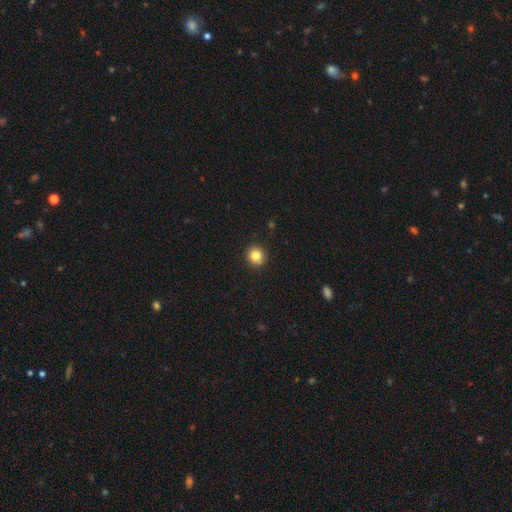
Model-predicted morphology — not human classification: type=smooth (83%); roundness=round (86%); merging=none (89%).